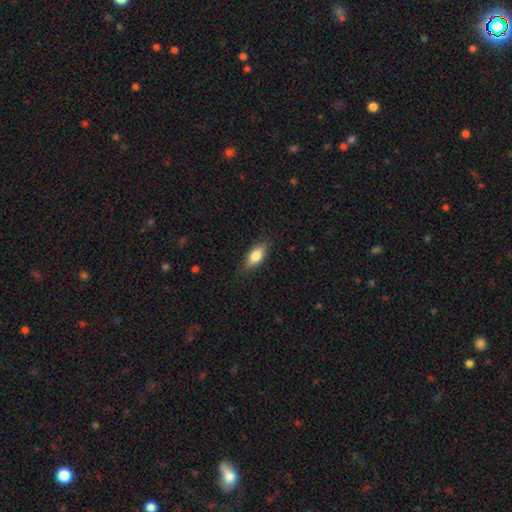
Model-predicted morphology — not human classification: A smooth galaxy with no disk features (81%) that is in between round and cigar-shaped (82%).

Vote fractions:
- Smooth or featured? smooth: 81% / featured or disk: 12% / star or artifact: 7%
- How rounded? in between: 82% / cigar-shaped: 14% / round: 3%
- Merging? none: 84% / minor disturbance: 13% / major disturbance: 3% / merger: 1%